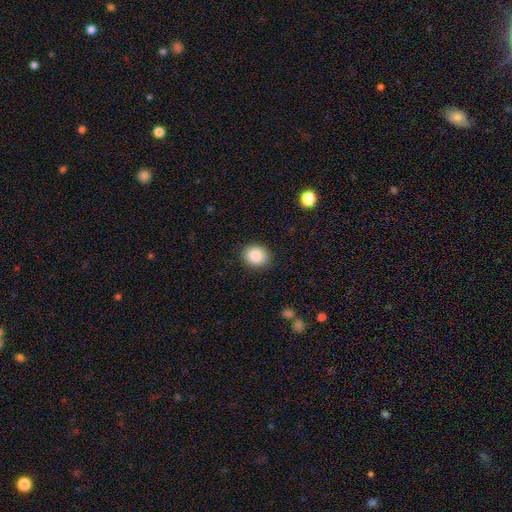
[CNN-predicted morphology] Smooth or featured? Predicted: smooth (p=0.87). How rounded? Predicted: round (p=0.71). Merging? Predicted: none (p=0.89).